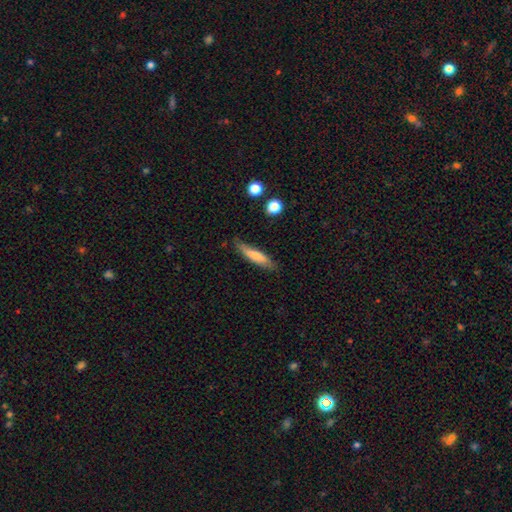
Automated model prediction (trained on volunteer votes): Smooth or featured: smooth — 71% (featured or disk — 23%)
How rounded: cigar-shaped — 79% (in between — 20%)
Merging: none — 74% (minor disturbance — 20%)